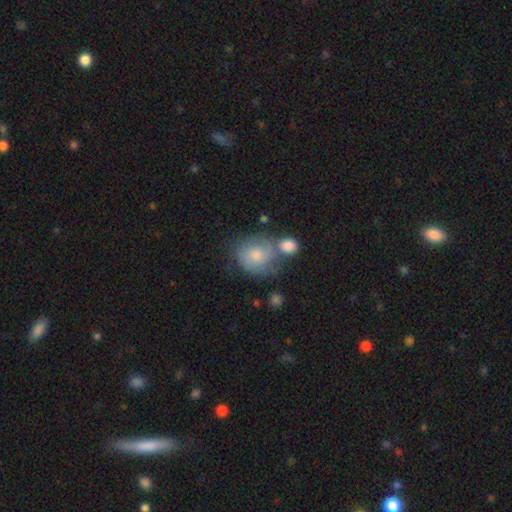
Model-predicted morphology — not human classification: type=smooth (57%); roundness=round (71%); merging=none (39%).